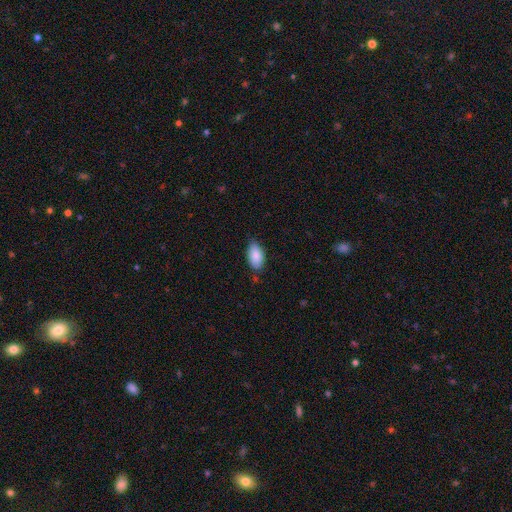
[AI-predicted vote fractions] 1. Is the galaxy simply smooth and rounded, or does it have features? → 87% smooth, 7% star or artifact, 6% featured or disk.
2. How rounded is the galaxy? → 94% in between, 3% round, 2% cigar-shaped.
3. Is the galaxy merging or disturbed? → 74% none, 22% minor disturbance, 3% major disturbance, 2% merger.